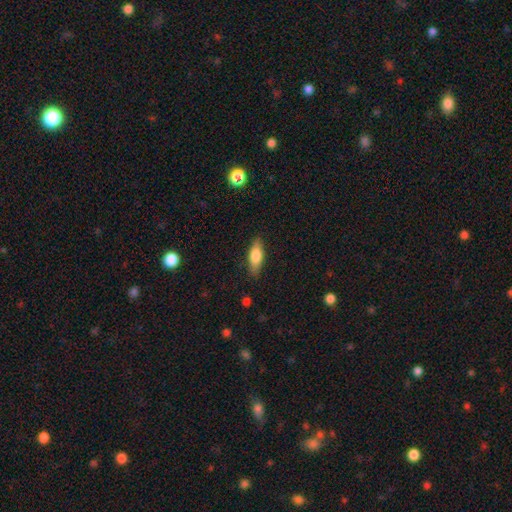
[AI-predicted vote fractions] Morphology: type=smooth (75%); roundness=in between (65%); merging=none (85%).